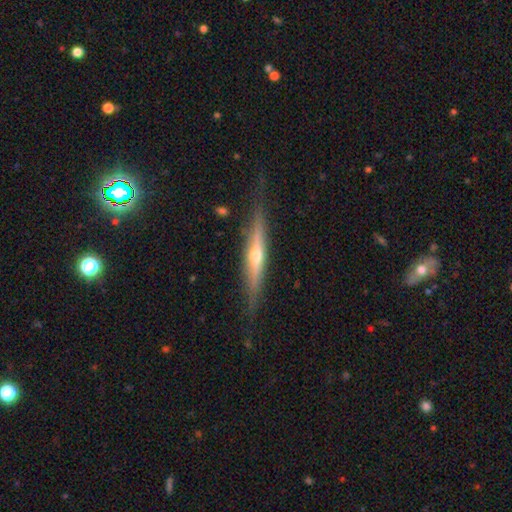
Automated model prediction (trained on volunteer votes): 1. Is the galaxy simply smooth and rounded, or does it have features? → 75% featured or disk, 19% smooth, 6% star or artifact.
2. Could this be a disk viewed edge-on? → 96% yes, 4% no.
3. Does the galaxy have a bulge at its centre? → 84% rounded, 12% none, 4% boxy.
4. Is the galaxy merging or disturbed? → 83% none, 13% minor disturbance, 3% major disturbance, 1% merger.